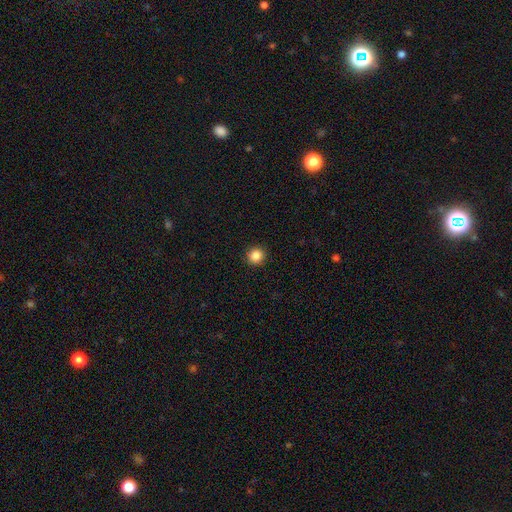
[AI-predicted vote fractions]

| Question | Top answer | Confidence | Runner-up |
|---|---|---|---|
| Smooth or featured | smooth | 87% | star or artifact (10%) |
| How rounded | round | 94% | in between (5%) |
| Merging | none | 92% | minor disturbance (5%) |